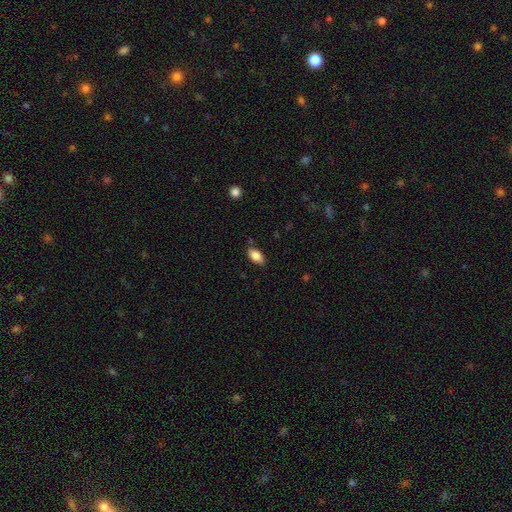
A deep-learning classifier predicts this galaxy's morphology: A smooth galaxy with no disk features (84%) that is in between round and cigar-shaped (91%). Merging: none (80%).